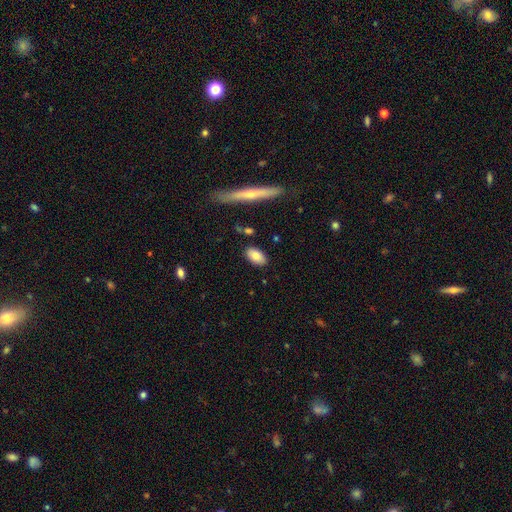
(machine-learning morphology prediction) The model was most divided on "smooth or featured": smooth: 80%, featured or disk: 13%, star or artifact: 8%. More confident: how rounded — in between (92%); merging — none (85%).